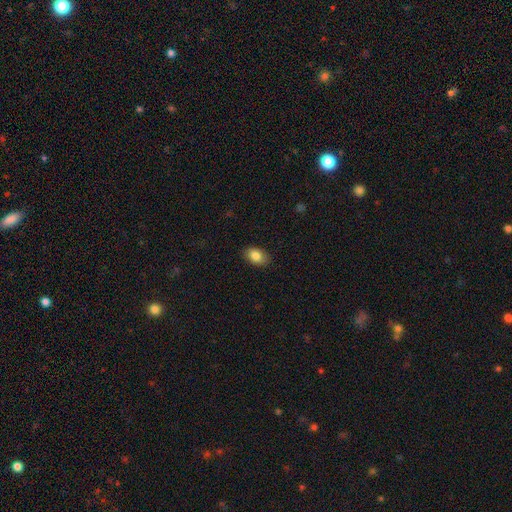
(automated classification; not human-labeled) smooth_or_featured: smooth (p=0.85) [alt: featured or disk p=0.08]
how_rounded: in between (p=0.88) [alt: round p=0.11]
merging: none (p=0.86) [alt: minor disturbance p=0.11]